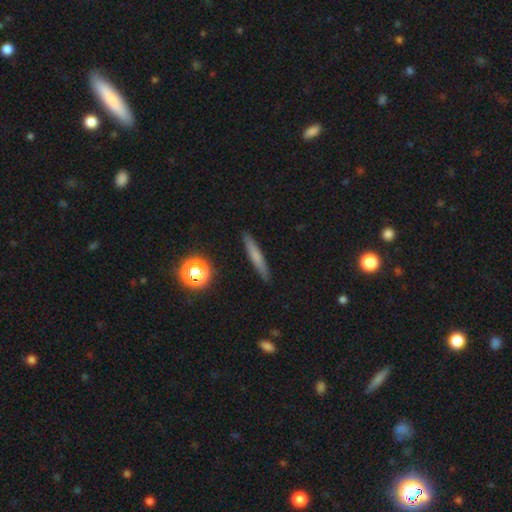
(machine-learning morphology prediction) The model was most divided on "smooth or featured": smooth: 63%, featured or disk: 27%, star or artifact: 10%. More confident: how rounded — cigar-shaped (91%); merging — none (90%).